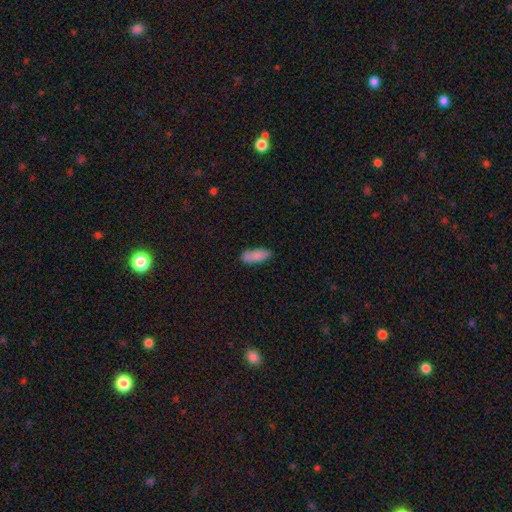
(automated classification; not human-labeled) Smooth or featured? smooth (86%)
How rounded? in between (76%)
Merging? none (76%)